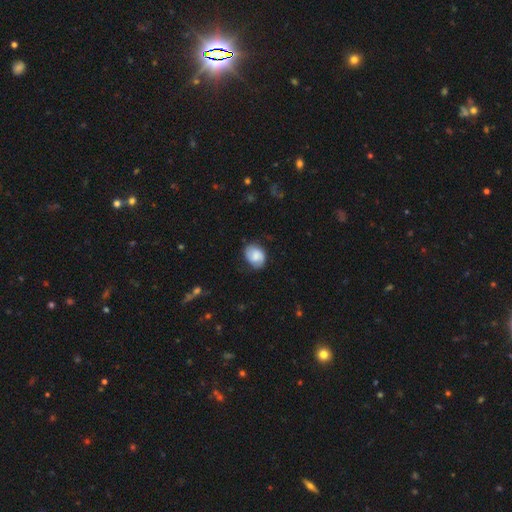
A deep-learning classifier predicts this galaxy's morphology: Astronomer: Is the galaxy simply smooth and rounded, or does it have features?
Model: smooth — 67%.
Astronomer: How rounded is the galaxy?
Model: in between — 58% (runner-up: round, 41%).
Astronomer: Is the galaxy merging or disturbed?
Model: none — 73%.